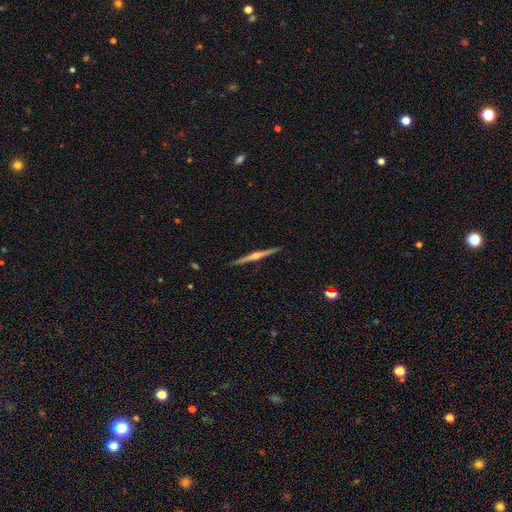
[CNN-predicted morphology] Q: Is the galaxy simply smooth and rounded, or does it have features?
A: featured or disk — 82%.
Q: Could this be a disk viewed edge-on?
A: yes — 99%.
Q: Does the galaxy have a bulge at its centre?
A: rounded — 88%.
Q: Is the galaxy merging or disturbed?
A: none — 93%.